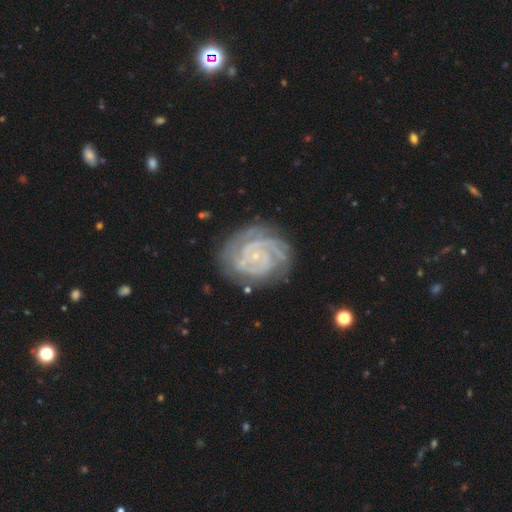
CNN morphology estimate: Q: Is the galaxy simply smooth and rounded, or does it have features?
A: featured or disk — 91%.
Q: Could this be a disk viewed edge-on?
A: no — 98%.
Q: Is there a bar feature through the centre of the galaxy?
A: no — 68%.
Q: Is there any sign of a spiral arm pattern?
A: yes — 98%.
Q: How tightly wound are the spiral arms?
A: tight — 80%.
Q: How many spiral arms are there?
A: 2 — 34%.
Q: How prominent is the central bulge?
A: small — 86%.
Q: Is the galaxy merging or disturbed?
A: none — 77%.